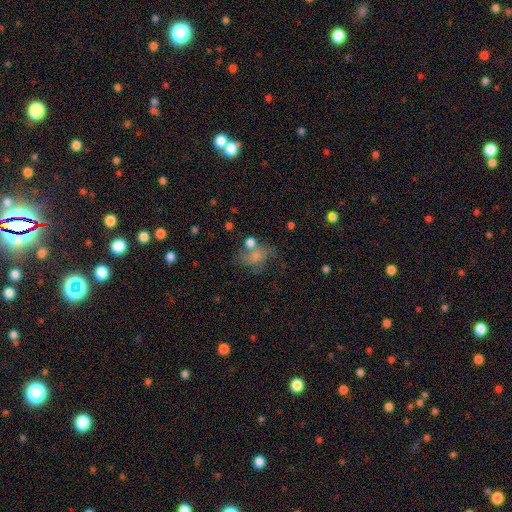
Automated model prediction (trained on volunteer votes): Smooth or featured?
  - smooth: 45% *
  - featured or disk: 40%
  - star or artifact: 15%
Merging?
  - none: 37% *
  - major disturbance: 28%
  - minor disturbance: 21%
  - merger: 14%